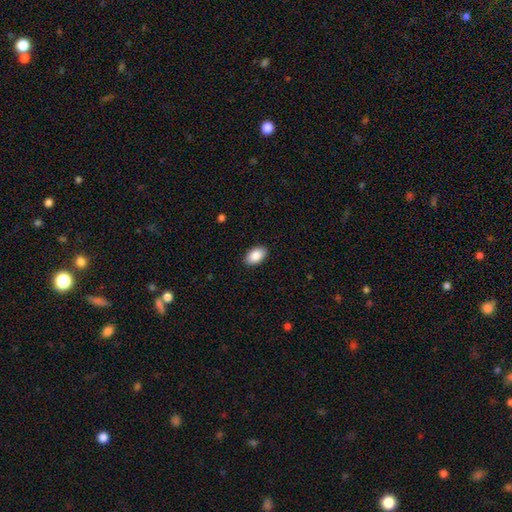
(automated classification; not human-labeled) smooth_or_featured: smooth (p=0.88) [alt: star or artifact p=0.07]
how_rounded: in between (p=0.94) [alt: round p=0.05]
merging: none (p=0.89) [alt: minor disturbance p=0.08]